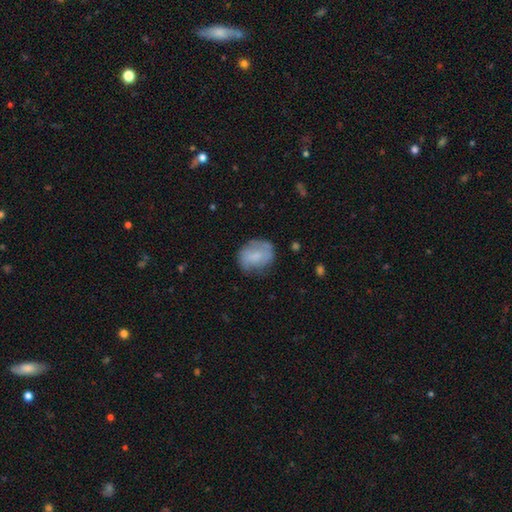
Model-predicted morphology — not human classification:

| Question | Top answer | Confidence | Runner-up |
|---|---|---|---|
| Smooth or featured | smooth | 67% | featured or disk (25%) |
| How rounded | in between | 53% | round (46%) |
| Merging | none | 66% | minor disturbance (24%) |